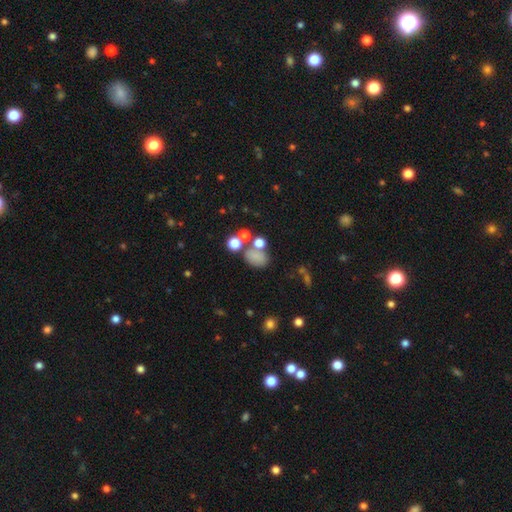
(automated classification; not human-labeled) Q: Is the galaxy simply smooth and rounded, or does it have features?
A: smooth — 69%.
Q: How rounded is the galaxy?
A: in between — 60%.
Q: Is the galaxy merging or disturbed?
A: none — 47%.